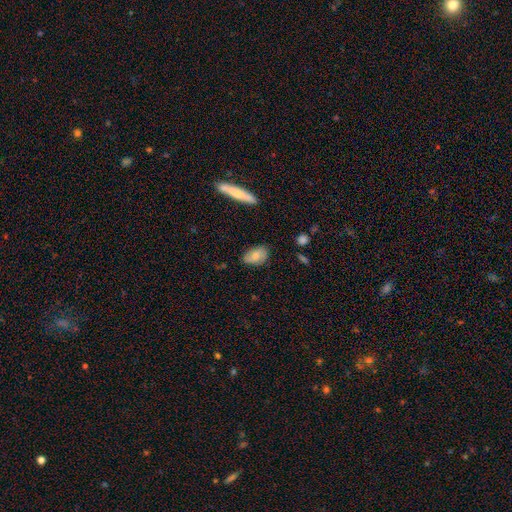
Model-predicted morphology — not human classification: Smooth or featured? smooth (68%)
How rounded? in between (88%)
Merging? none (75%)